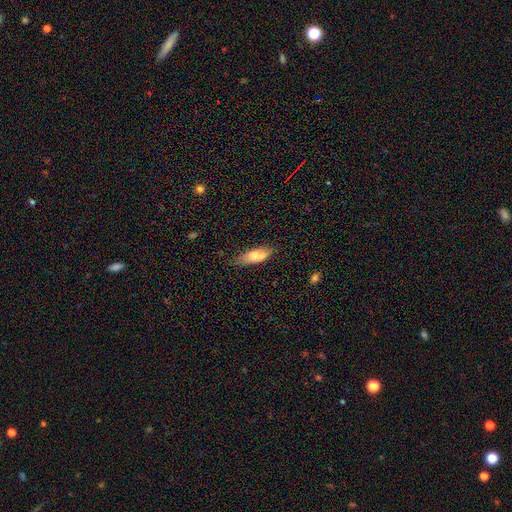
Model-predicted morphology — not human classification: This is likely a smooth galaxy (71%). How rounded: likely in between (64%). Merging: possibly none (56%).